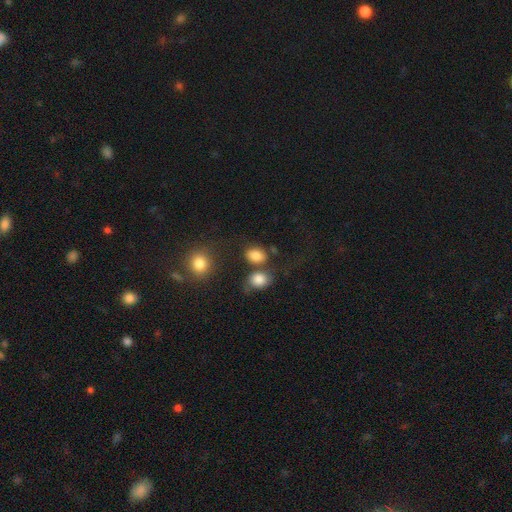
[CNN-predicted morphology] smooth-or-featured: smooth: 83% | star or artifact: 10% | featured or disk: 7%
  how-rounded: in between: 67% | round: 32% | cigar-shaped: 1%
  merging: none: 57% | merger: 21% | minor disturbance: 14% | major disturbance: 7%